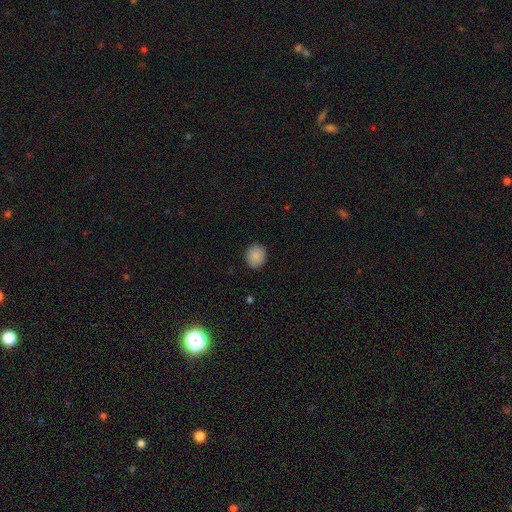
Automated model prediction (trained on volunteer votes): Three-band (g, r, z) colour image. It shows a smooth galaxy with no disk features (87%) that is round (75%). Merging: none (88%).